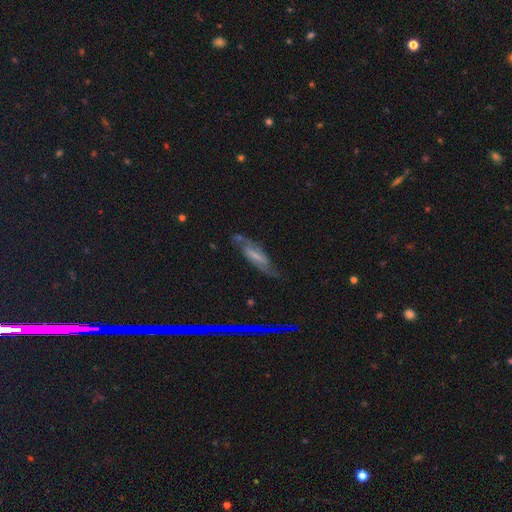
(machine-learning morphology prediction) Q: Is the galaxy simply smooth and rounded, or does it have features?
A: featured or disk — 68%.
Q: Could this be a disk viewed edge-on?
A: no — 82%.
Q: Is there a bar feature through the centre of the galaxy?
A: weak — 43%.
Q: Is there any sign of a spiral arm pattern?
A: yes — 90%.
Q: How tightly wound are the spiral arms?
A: medium — 45%.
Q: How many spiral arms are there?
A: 2 — 86%.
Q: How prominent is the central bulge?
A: small — 41%.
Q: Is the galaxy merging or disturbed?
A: none — 69%.